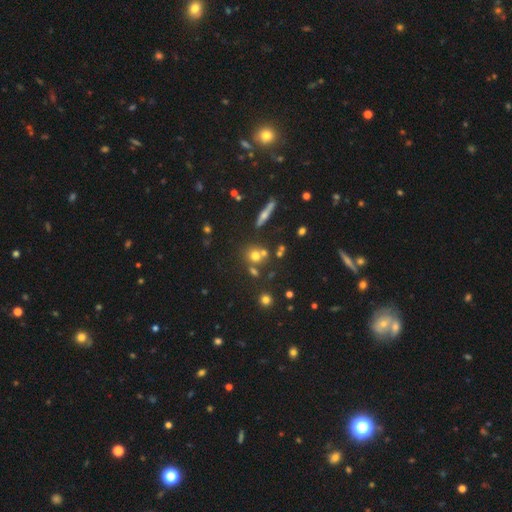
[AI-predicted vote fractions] A smooth galaxy with no disk features (63%) that is round (83%).

Vote fractions:
- Smooth or featured? smooth: 63% / star or artifact: 20% / featured or disk: 17%
- How rounded? round: 83% / in between: 15% / cigar-shaped: 2%
- Merging? none: 60% / merger: 25% / minor disturbance: 10% / major disturbance: 4%